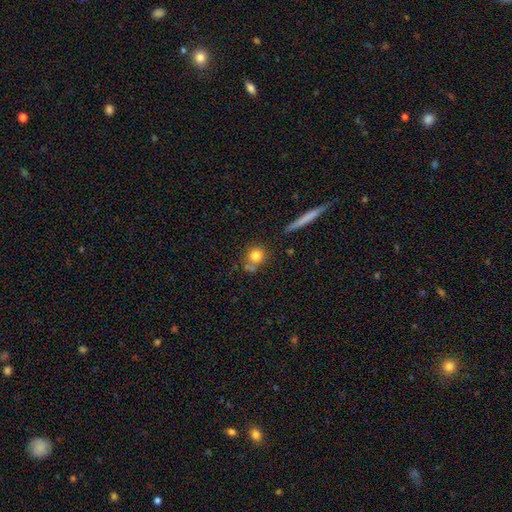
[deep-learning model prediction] Smooth or featured? smooth (79%)
How rounded? round (86%)
Merging? none (60%)